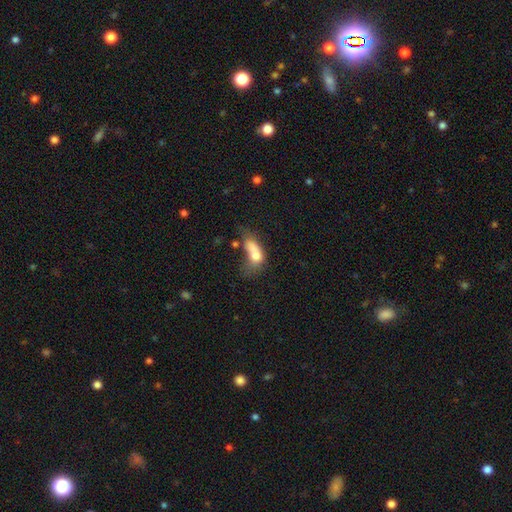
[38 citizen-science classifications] Overall: smooth (79%). How rounded: in between (83%). Merging: merger (39%; major disturbance 33%).